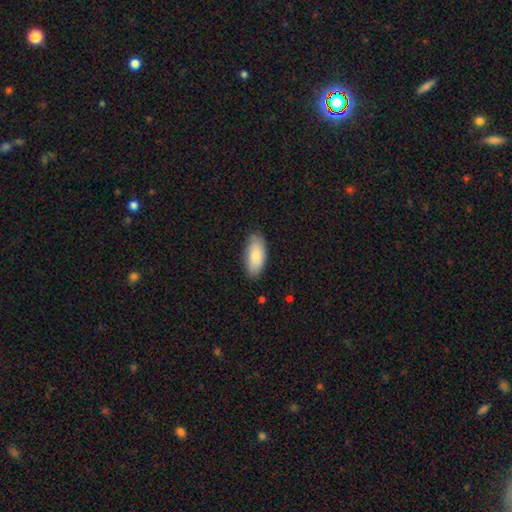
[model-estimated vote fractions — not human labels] A smooth galaxy with no disk features (79%) that is in between round and cigar-shaped (90%). Merging: none (80%).